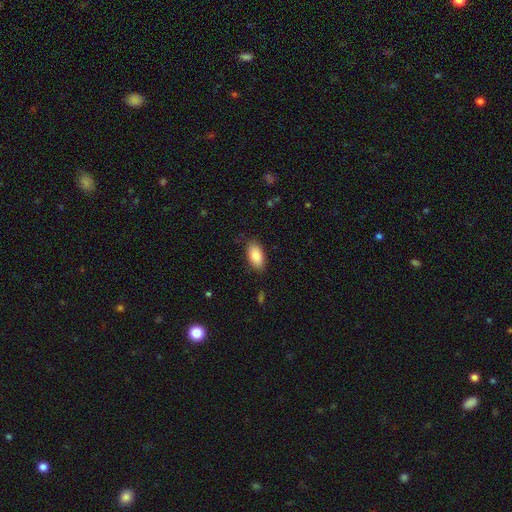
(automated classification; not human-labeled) This appears to be a smooth galaxy with no disk features (86%) that is in between round and cigar-shaped (93%). Merging: none (84%).